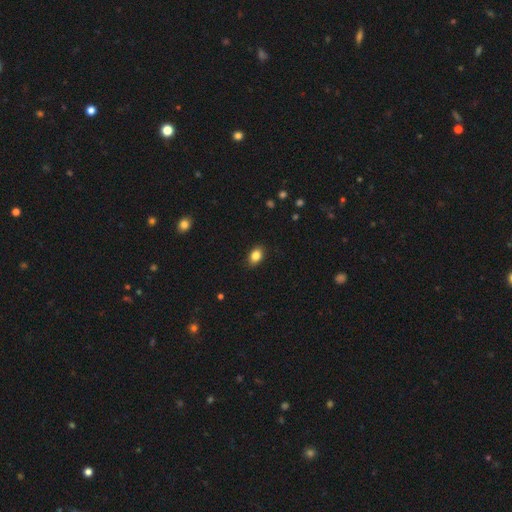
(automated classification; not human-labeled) Smooth or featured? smooth (85%)
How rounded? in between (79%)
Merging? none (86%)